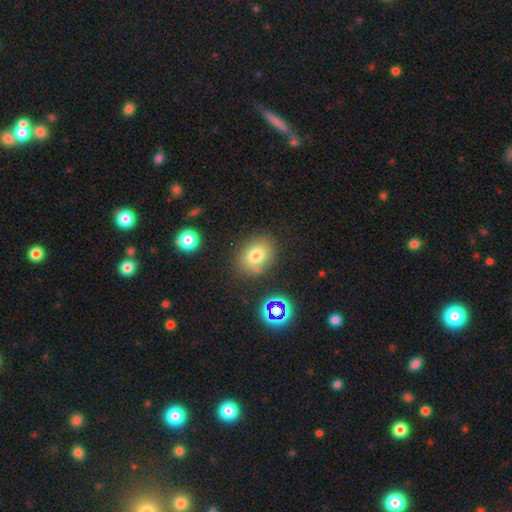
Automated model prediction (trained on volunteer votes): smooth_or_featured: smooth (p=0.76) [alt: star or artifact p=0.13]
how_rounded: in between (p=0.60) [alt: round p=0.39]
merging: none (p=0.80) [alt: minor disturbance p=0.13]